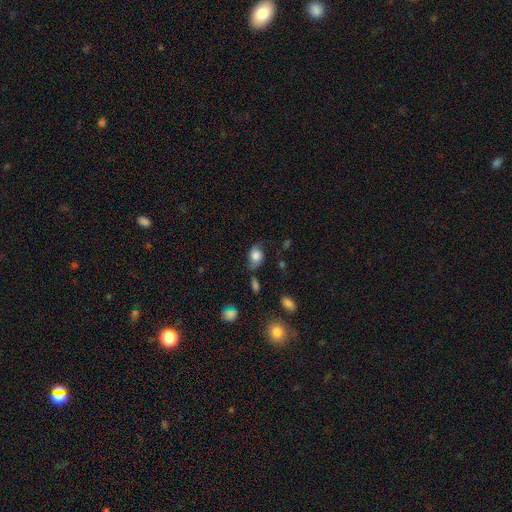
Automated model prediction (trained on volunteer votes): A smooth galaxy with no disk features (70%) that is in between round and cigar-shaped (69%).

Vote fractions:
- Smooth or featured? smooth: 70% / featured or disk: 21% / star or artifact: 9%
- How rounded? in between: 69% / round: 29% / cigar-shaped: 2%
- Merging? none: 50% / minor disturbance: 32% / major disturbance: 13% / merger: 5%